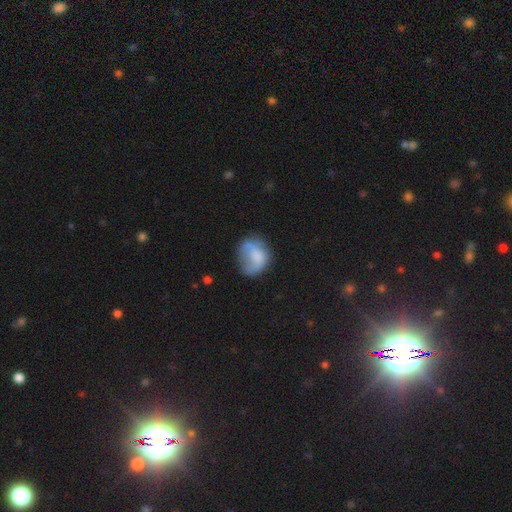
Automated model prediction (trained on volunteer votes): Smooth or featured? smooth (61%)
How rounded? round (53%)
Merging? none (43%)